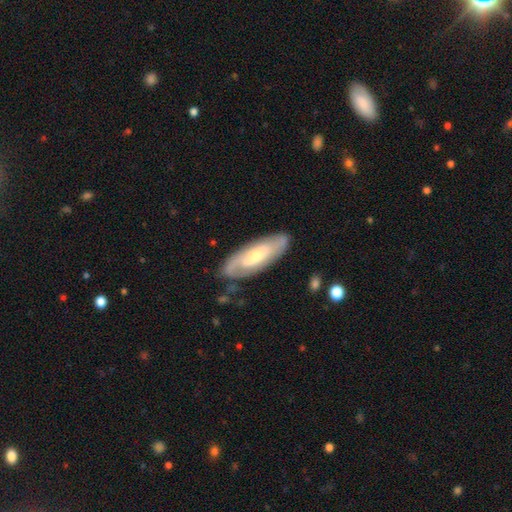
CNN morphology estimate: Smooth or featured: featured or disk — 63% (smooth — 31%)
Edge-on disk: no — 82% (yes — 18%)
Bar: no — 54% (weak — 33%)
Spiral arms: yes — 80% (no — 20%)
Bulge size: small — 47% (moderate — 46%)
Merging: none — 78% (minor disturbance — 16%)